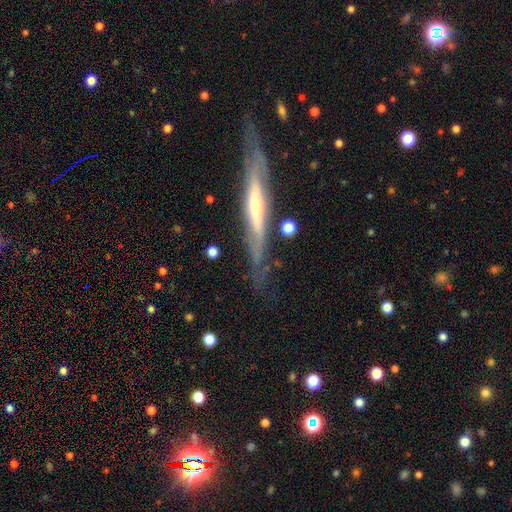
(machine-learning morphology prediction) featured or disk 74%, smooth 19%, star or artifact 7%. Down the decision tree: edge-on disk — yes (86%); edge-on bulge — rounded (45%); merging — none (76%).